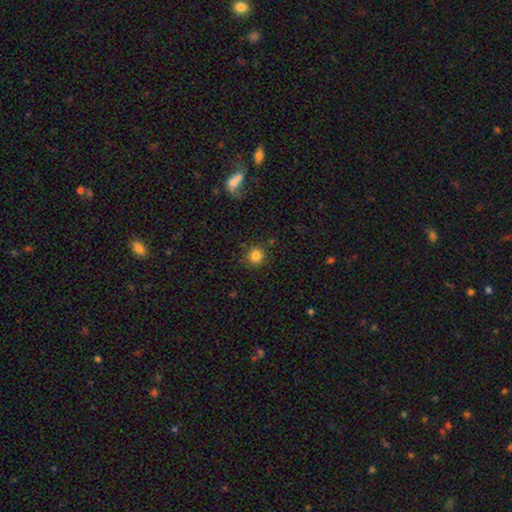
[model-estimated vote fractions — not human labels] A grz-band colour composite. It shows a smooth galaxy with no disk features (83%) that is round (93%). Merging: none (86%).